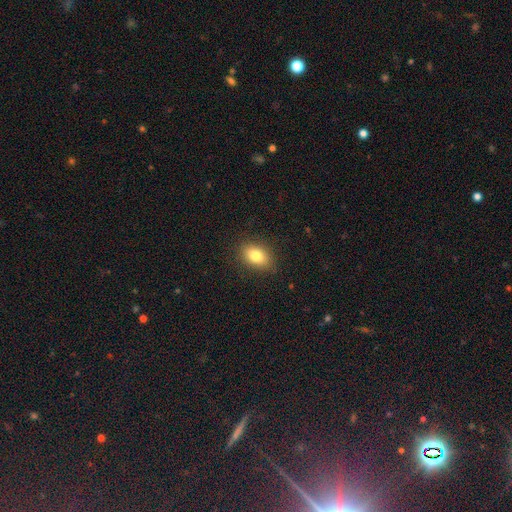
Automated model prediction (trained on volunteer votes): Smooth or featured: smooth — 80% (featured or disk — 10%)
How rounded: in between — 82% (round — 16%)
Merging: none — 88% (minor disturbance — 9%)